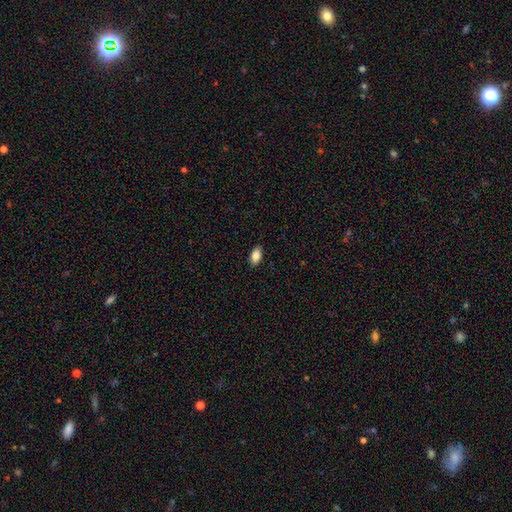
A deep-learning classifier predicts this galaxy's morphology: This appears to be a smooth galaxy with no disk features (86%) that is in between round and cigar-shaped (92%). Merging: none (88%).